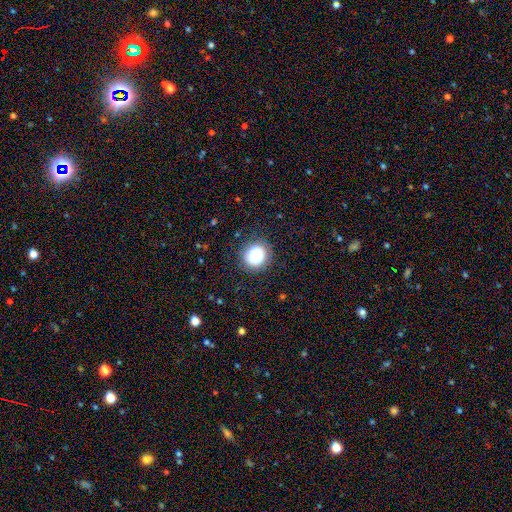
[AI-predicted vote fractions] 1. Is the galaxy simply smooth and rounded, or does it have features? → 84% smooth, 10% star or artifact, 7% featured or disk.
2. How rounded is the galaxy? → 87% round, 12% in between, 1% cigar-shaped.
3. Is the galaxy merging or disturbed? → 86% none, 9% minor disturbance, 4% major disturbance, 1% merger.